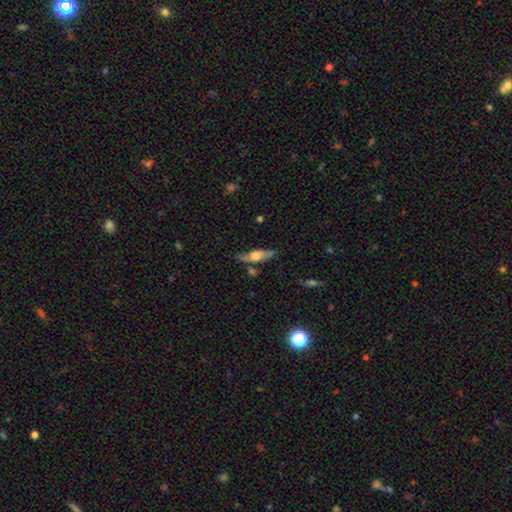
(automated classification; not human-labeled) Smooth or featured: smooth — 48% (featured or disk — 46%)
Merging: none — 69% (minor disturbance — 21%)